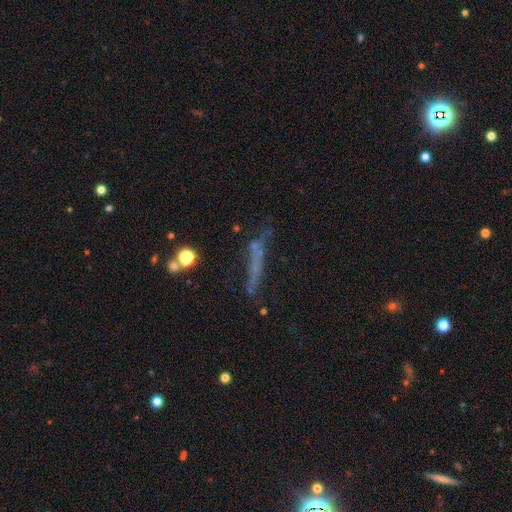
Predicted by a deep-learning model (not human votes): This is marginally a featured or disk galaxy (41%). Merging: possibly none (54%).